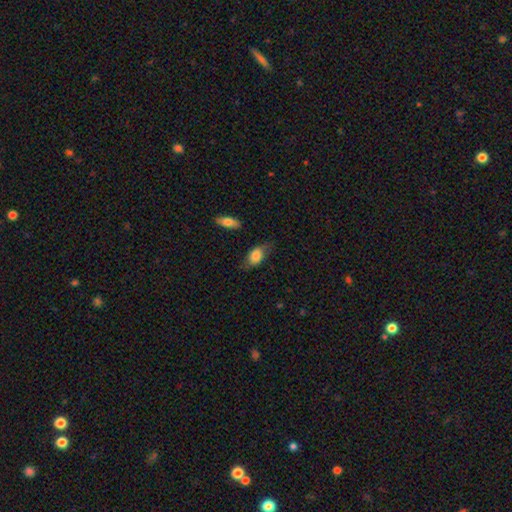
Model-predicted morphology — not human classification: Smooth or featured? Predicted: smooth (p=0.76). How rounded? Predicted: in between (p=0.86). Merging? Predicted: none (p=0.64).